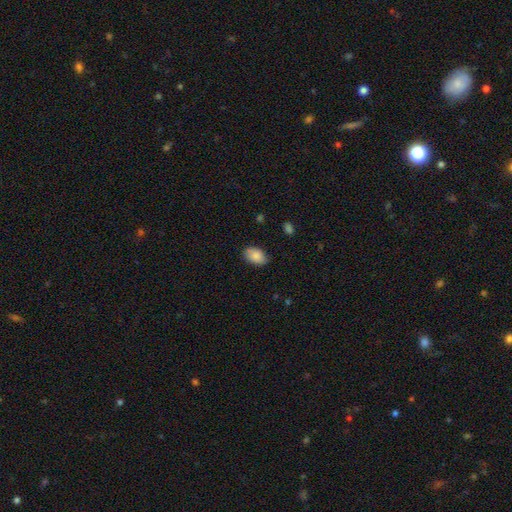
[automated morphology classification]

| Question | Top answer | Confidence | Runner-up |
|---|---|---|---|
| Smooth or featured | smooth | 87% | star or artifact (7%) |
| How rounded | in between | 91% | round (7%) |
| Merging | none | 84% | minor disturbance (13%) |